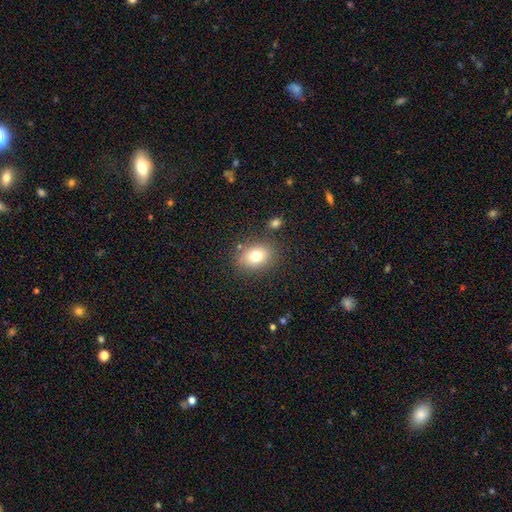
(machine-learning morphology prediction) This appears to be a smooth galaxy with no disk features (77%) that is in between round and cigar-shaped (56%). Merging: none (81%).